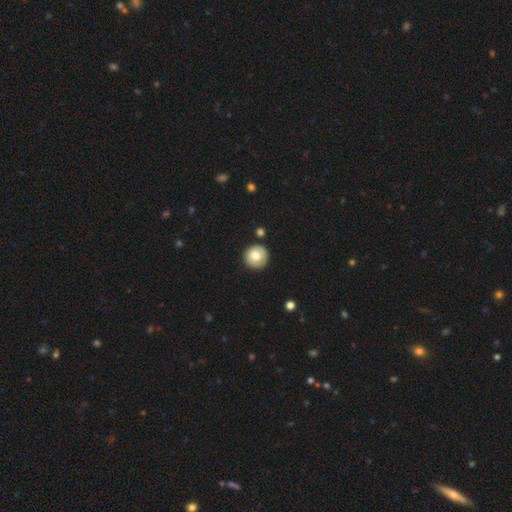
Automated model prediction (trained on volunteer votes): This appears to be a smooth galaxy with no disk features (75%) that is round (95%). Merging: none (88%).